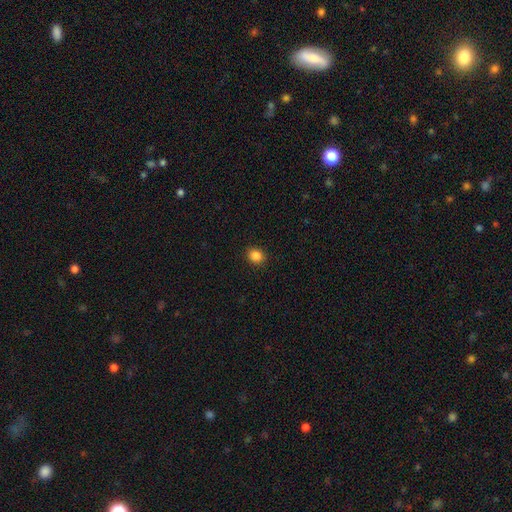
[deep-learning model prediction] Morphology: type=smooth (86%); roundness=round (66%); merging=none (91%).